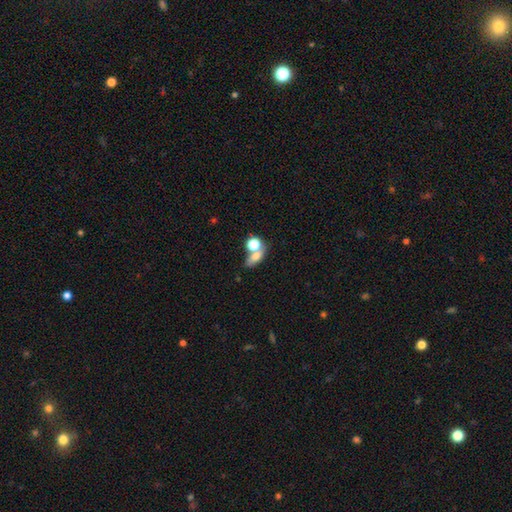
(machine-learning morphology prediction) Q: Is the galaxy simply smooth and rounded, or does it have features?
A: smooth — 69%.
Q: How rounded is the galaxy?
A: in between — 62%.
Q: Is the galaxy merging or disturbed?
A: merger — 48%.